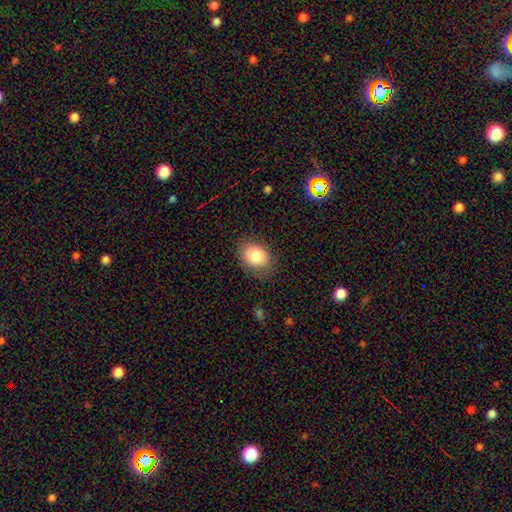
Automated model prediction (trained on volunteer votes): This is clearly a smooth galaxy (83%). How rounded: likely in between (63%). Merging: clearly none (80%).